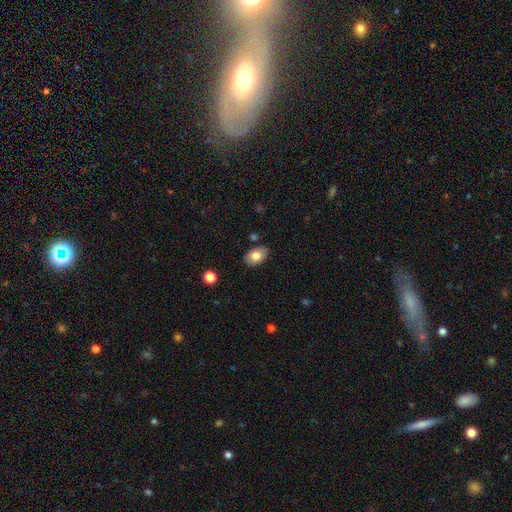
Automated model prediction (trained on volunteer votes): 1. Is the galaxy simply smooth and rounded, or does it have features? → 79% smooth, 14% featured or disk, 7% star or artifact.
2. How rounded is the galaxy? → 89% in between, 10% round, 1% cigar-shaped.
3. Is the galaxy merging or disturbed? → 84% none, 12% minor disturbance, 2% major disturbance, 2% merger.